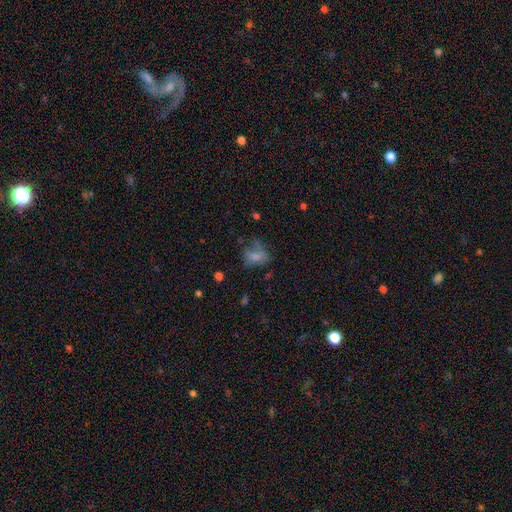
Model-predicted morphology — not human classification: Q: Smooth or featured?
A: smooth (62%); runner-up: featured or disk (23%)
Q: How rounded?
A: in between (69%); runner-up: round (28%)
Q: Merging?
A: none (37%); runner-up: major disturbance (32%)